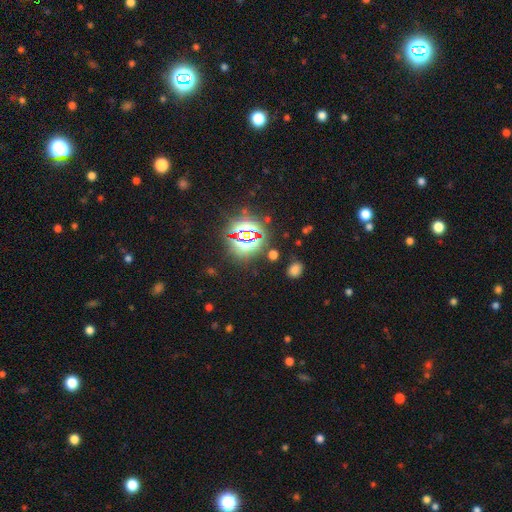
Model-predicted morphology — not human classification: This appears to be a star or artifact, not a galaxy (83%).